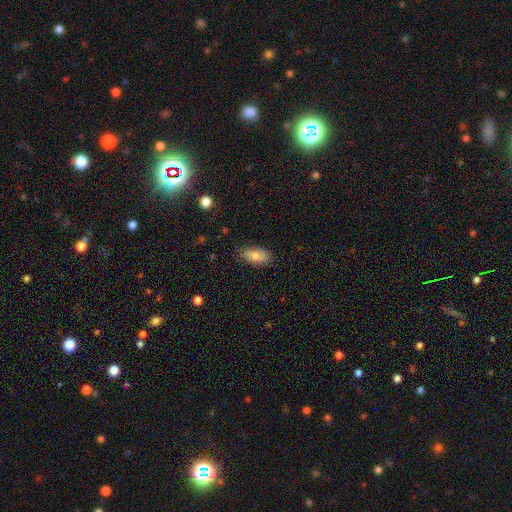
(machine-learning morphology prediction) smooth 80%, featured or disk 13%, star or artifact 7%. Down the decision tree: how rounded — in between (88%); merging — none (80%).